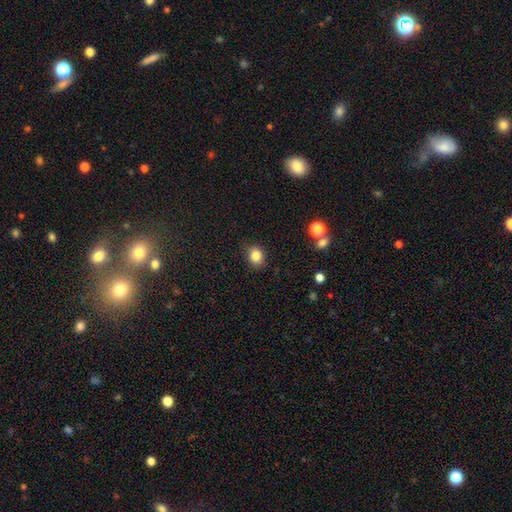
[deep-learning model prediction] Q: Smooth or featured?
A: smooth (84%); runner-up: star or artifact (11%)
Q: How rounded?
A: round (58%); runner-up: in between (41%)
Q: Merging?
A: none (86%); runner-up: minor disturbance (10%)